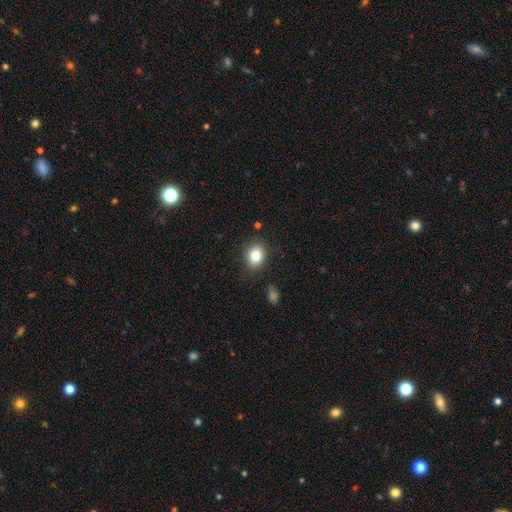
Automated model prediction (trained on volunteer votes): Overall: smooth (84%). How rounded: in between (57%; round 42%). Merging: none (85%).